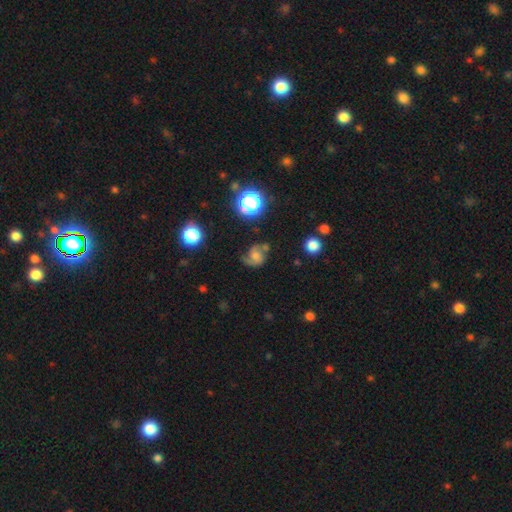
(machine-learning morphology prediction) Smooth or featured?
  - featured or disk: 60% *
  - smooth: 27%
  - star or artifact: 14%
Edge-on disk?
  - no: 97% *
  - yes: 3%
Bar?
  - no: 61% *
  - weak: 32%
  - strong: 7%
Spiral arms?
  - yes: 91% *
  - no: 9%
Spiral winding?
  - medium: 44% *
  - loose: 39%
  - tight: 17%
Spiral arm count?
  - 2: 71% *
  - 1: 17%
  - can't tell: 7%
  - 3: 2%
  - 4: 1%
  - more than 4: 1%
Bulge size?
  - moderate: 38% *
  - small: 32%
  - none: 16%
  - large: 11%
  - dominant: 3%
Merging?
  - none: 51% *
  - minor disturbance: 24%
  - major disturbance: 19%
  - merger: 6%